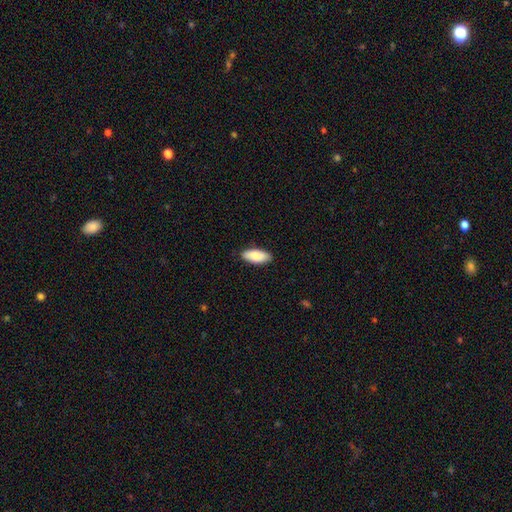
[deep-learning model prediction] Smooth or featured? smooth (84%)
How rounded? in between (86%)
Merging? none (87%)